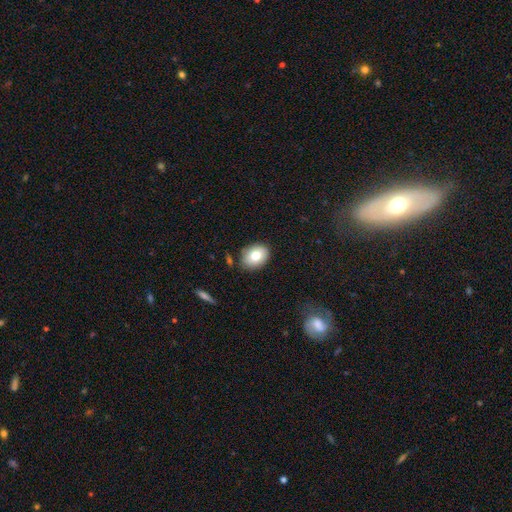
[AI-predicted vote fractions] smooth 76%, featured or disk 15%, star or artifact 9%. Down the decision tree: how rounded — in between (65%); merging — none (83%).